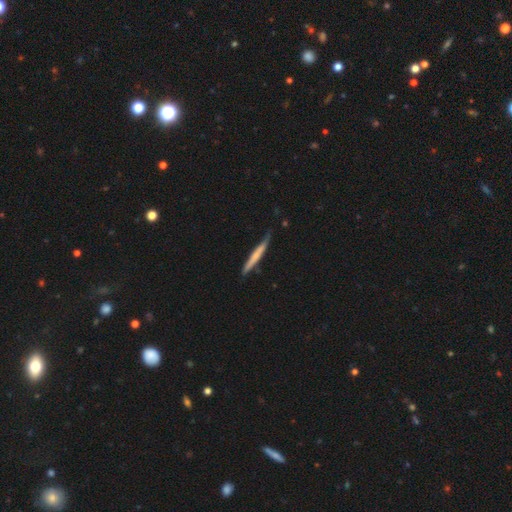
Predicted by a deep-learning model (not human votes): smooth_or_featured: smooth (p=0.56) [alt: featured or disk p=0.39]
how_rounded: cigar-shaped (p=0.96) [alt: in between p=0.03]
merging: none (p=0.72) [alt: minor disturbance p=0.23]